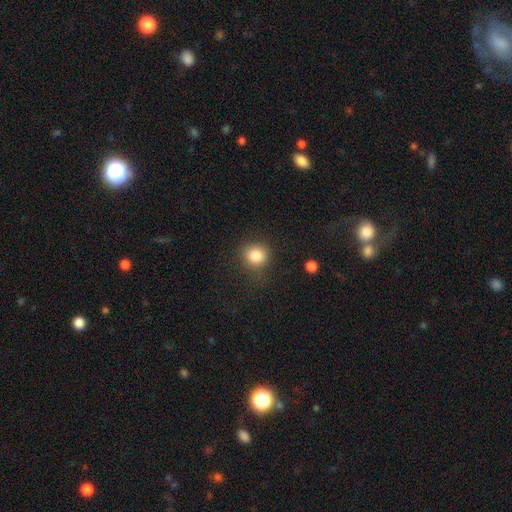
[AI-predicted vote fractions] Smooth or featured?
  - smooth: 84% *
  - star or artifact: 10%
  - featured or disk: 5%
How rounded?
  - round: 87% *
  - in between: 12%
  - cigar-shaped: 1%
Merging?
  - none: 79% *
  - minor disturbance: 13%
  - major disturbance: 5%
  - merger: 2%